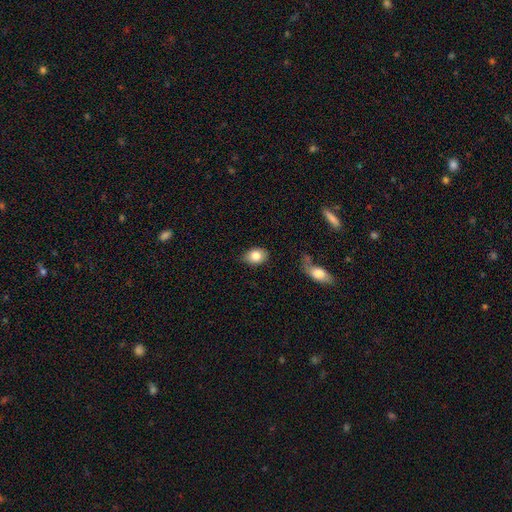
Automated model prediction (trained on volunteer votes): Q: Smooth or featured?
A: smooth (82%); runner-up: featured or disk (10%)
Q: How rounded?
A: in between (72%); runner-up: round (26%)
Q: Merging?
A: none (81%); runner-up: minor disturbance (14%)